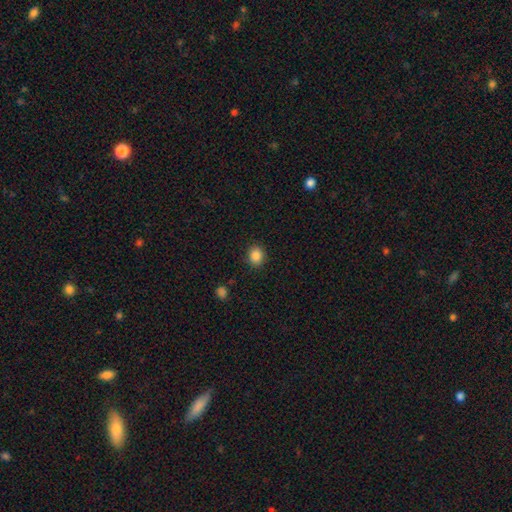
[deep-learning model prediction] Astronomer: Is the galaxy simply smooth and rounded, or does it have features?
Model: smooth — 86%.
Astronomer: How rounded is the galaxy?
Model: round — 71%.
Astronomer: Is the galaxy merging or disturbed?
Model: none — 89%.